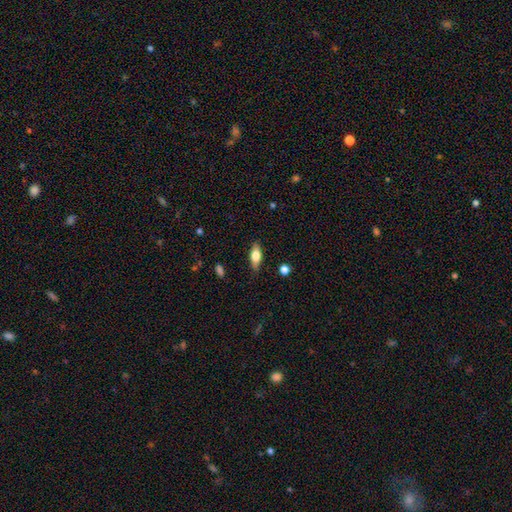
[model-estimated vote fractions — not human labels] This is likely a smooth galaxy (66%). How rounded: likely in between (72%). Merging: clearly none (83%).